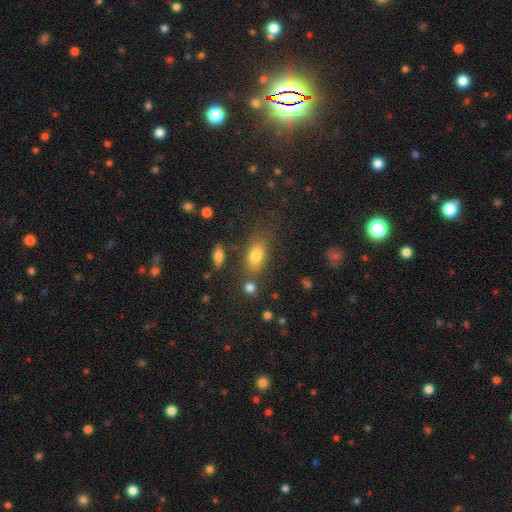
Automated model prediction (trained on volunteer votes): A smooth galaxy with no disk features (78%) that is in between round and cigar-shaped (84%). Merging: none (69%).